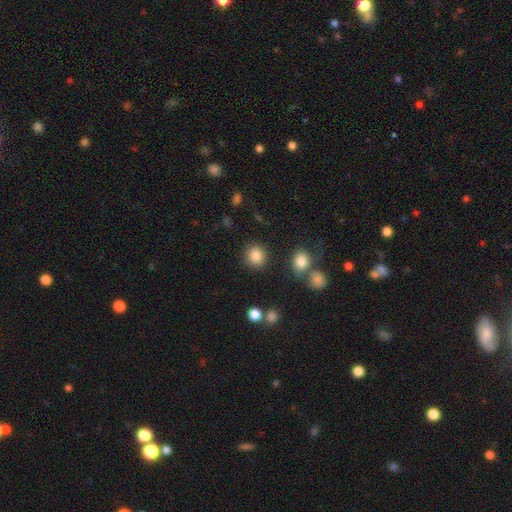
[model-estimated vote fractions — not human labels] Morphology: type=smooth (85%); roundness=round (86%); merging=none (86%).